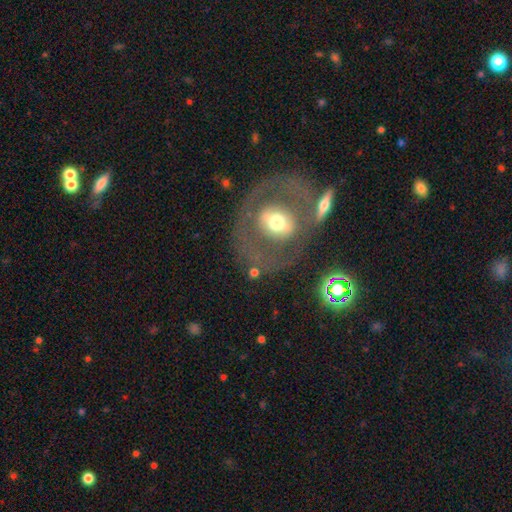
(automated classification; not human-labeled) Morphology: type=featured or disk (65%); edge-on=no (94%); bar=no (56%); spiral arms=no (67%); bulge=moderate (65%); merging=none (63%).